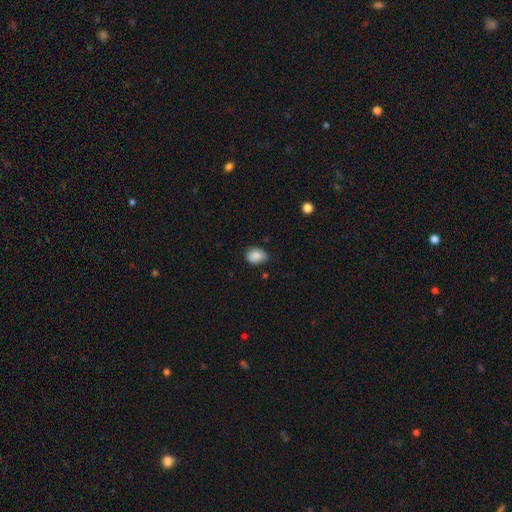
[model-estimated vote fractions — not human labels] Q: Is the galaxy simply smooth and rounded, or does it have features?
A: smooth — 87%.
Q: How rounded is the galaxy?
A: in between — 60%.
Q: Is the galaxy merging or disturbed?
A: none — 72%.